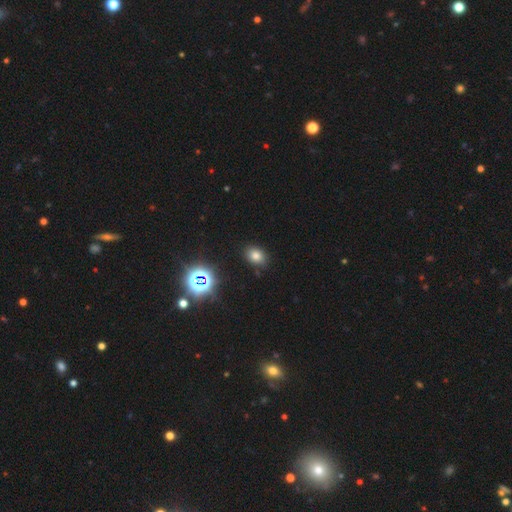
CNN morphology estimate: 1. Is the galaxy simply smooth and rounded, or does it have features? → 74% smooth, 19% star or artifact, 7% featured or disk.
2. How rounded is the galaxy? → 63% in between, 36% round, 1% cigar-shaped.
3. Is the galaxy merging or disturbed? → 87% none, 9% minor disturbance, 3% major disturbance, 2% merger.